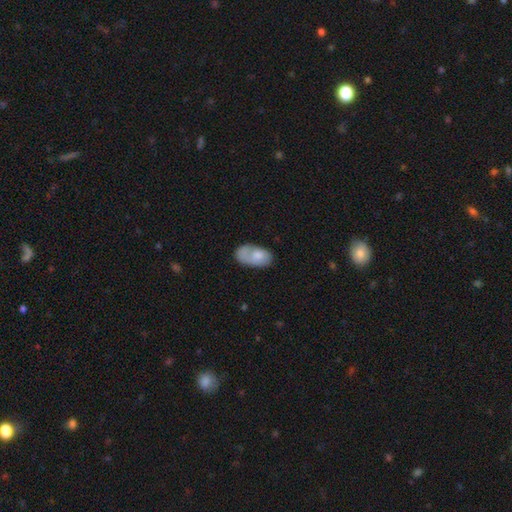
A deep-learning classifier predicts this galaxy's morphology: Smooth or featured?
  - smooth: 69% *
  - featured or disk: 24%
  - star or artifact: 7%
How rounded?
  - in between: 93% *
  - round: 5%
  - cigar-shaped: 2%
Merging?
  - none: 43% *
  - minor disturbance: 28%
  - major disturbance: 19%
  - merger: 9%